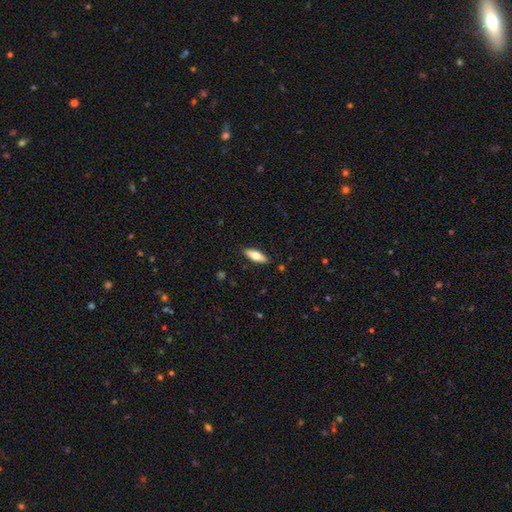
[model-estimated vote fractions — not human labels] This appears to be a smooth galaxy with no disk features (64%) that is in between round and cigar-shaped (63%). Merging: none (89%).